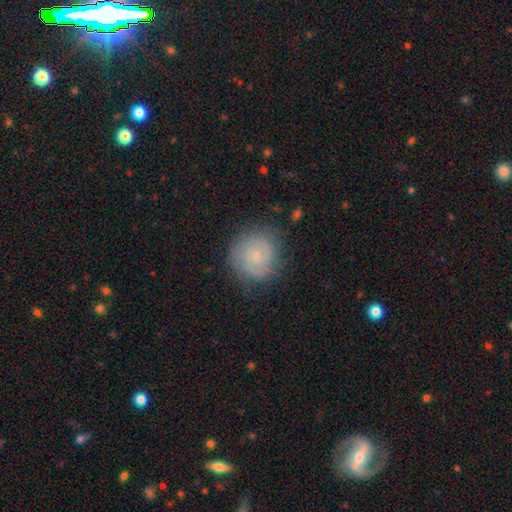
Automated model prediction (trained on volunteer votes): Morphology: type=featured or disk (62%); edge-on=no (98%); bar=no (75%); spiral arms=yes (88%); winding=tight (61%); arm count=2 (55%); bulge=small (78%); merging=none (80%).